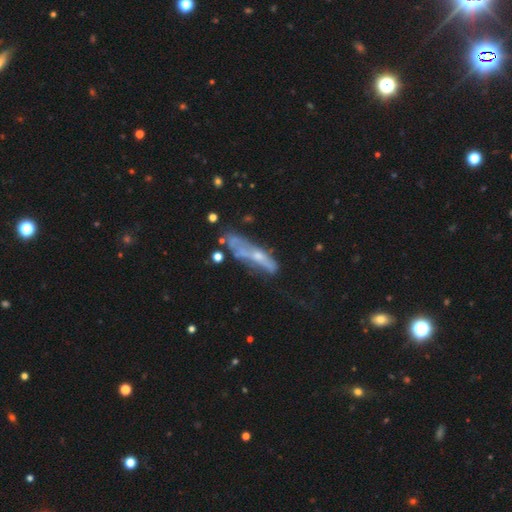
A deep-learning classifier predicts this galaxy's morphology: smooth-or-featured: featured or disk: 57% | smooth: 32% | star or artifact: 11%
  disk-edge-on: no: 50% (tied) | yes: 50% (tied)
  merging: none: 38% | major disturbance: 25% | minor disturbance: 25% | merger: 12%